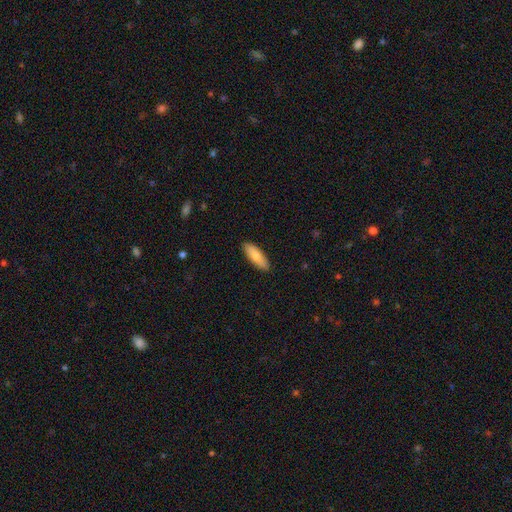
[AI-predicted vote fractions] Smooth or featured: smooth — 82% (featured or disk — 13%)
How rounded: in between — 60% (cigar-shaped — 38%)
Merging: none — 90% (minor disturbance — 8%)